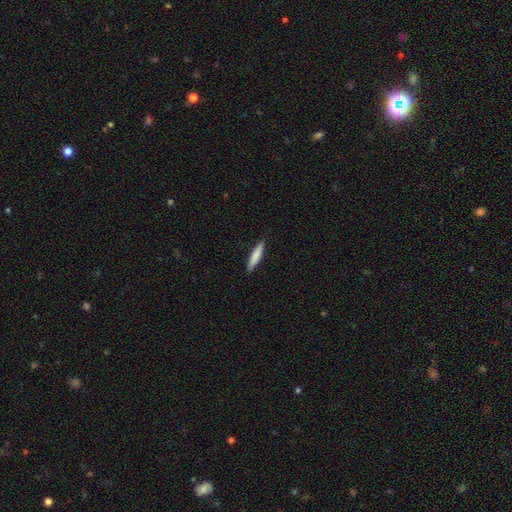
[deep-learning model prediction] Smooth or featured? smooth (81%)
How rounded? cigar-shaped (89%)
Merging? none (89%)